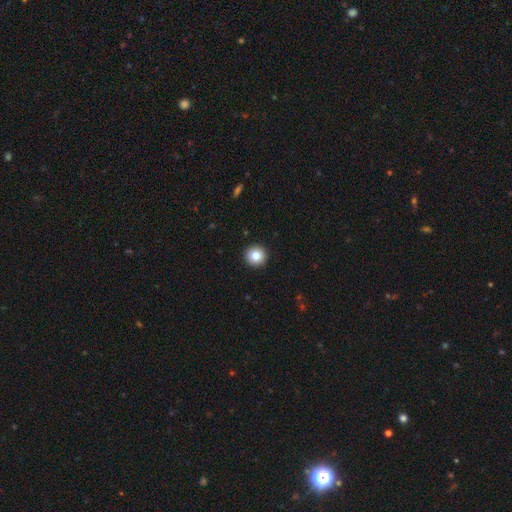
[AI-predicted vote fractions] smooth_or_featured: smooth (p=0.82) [alt: star or artifact p=0.10]
how_rounded: round (p=0.95) [alt: in between p=0.04]
merging: none (p=0.93) [alt: minor disturbance p=0.04]